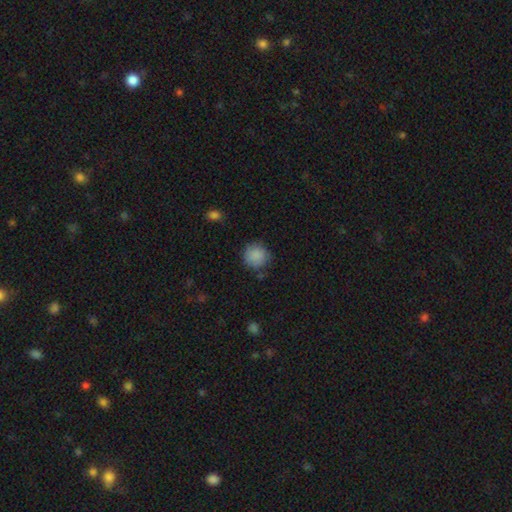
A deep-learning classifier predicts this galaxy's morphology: smooth 87%, star or artifact 8%, featured or disk 5%. Down the decision tree: how rounded — round (91%); merging — none (79%).